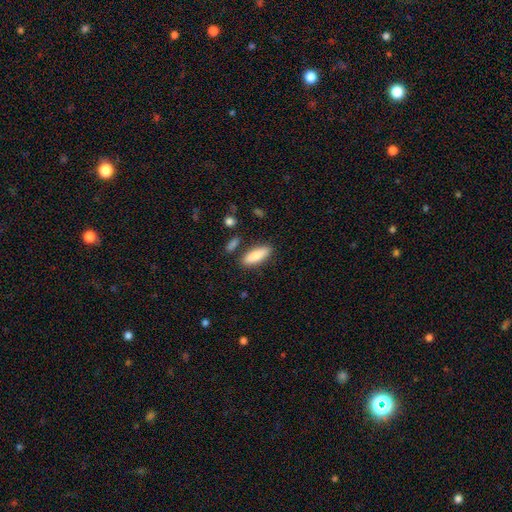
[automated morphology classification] type=smooth (83%); roundness=in between (59%); merging=none (84%).